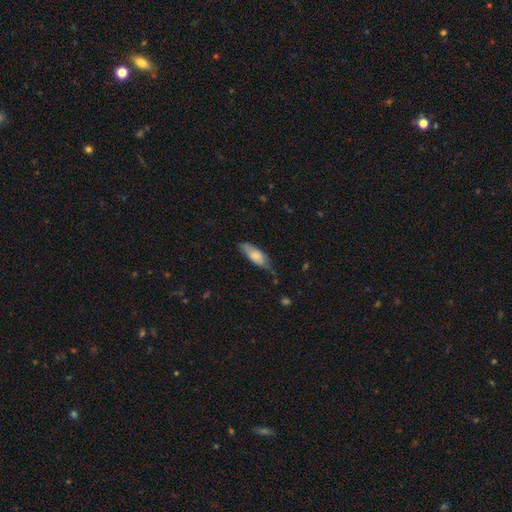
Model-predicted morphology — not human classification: A smooth galaxy with no disk features (73%) that is in between round and cigar-shaped (66%).

Vote fractions:
- Smooth or featured? smooth: 73% / featured or disk: 21% / star or artifact: 6%
- How rounded? in between: 66% / cigar-shaped: 32% / round: 2%
- Merging? none: 51% / minor disturbance: 36% / major disturbance: 10% / merger: 3%